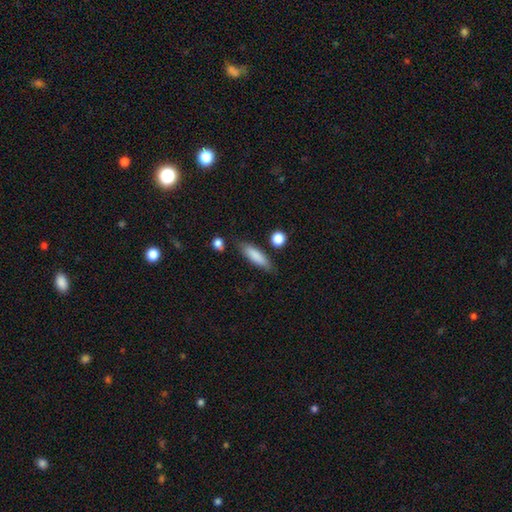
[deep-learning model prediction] This appears to be a smooth galaxy with no disk features (83%) that is cigar-shaped (61%). Merging: none (79%).